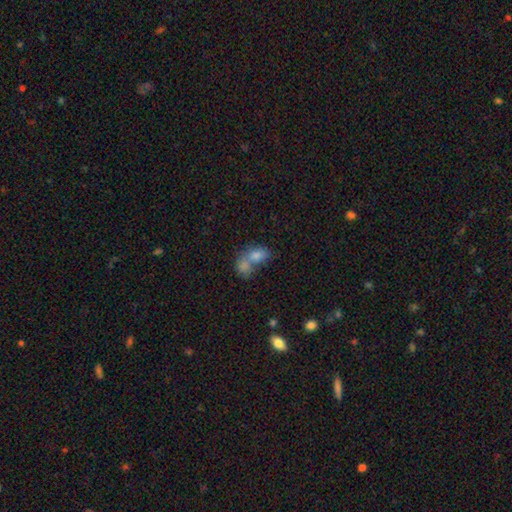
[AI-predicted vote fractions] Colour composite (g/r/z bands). It shows a smooth galaxy with no disk features (74%) that is in between round and cigar-shaped (77%). Merging: merger (66%).